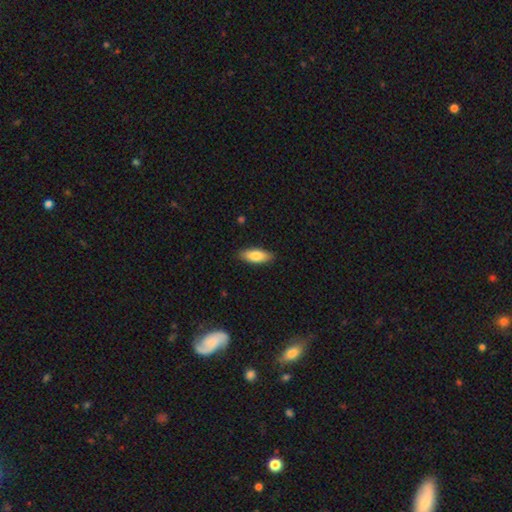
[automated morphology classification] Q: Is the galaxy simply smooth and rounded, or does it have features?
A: smooth — 82%.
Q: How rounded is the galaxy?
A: in between — 75%.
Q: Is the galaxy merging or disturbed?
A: none — 88%.